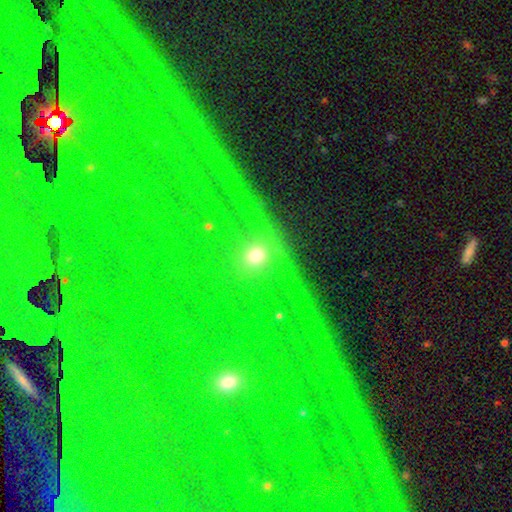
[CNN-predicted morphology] The model was most divided on "smooth or featured": smooth: 50%, star or artifact: 27%, featured or disk: 23%. More confident: merging — none (50%).